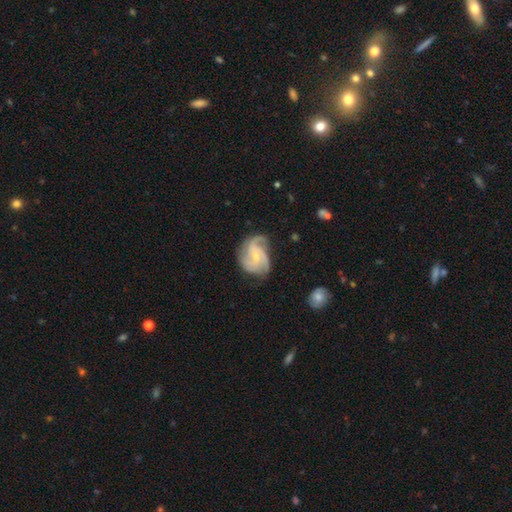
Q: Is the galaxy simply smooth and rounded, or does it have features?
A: featured or disk — 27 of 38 (71%).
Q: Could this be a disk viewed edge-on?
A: no — 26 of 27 (96%).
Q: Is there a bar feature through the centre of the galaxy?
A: no — 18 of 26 (69%).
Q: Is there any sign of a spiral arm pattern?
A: yes — 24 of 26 (92%).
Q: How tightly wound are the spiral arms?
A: medium — 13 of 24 (54%).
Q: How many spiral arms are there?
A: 3 — 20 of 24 (83%).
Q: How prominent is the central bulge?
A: small — 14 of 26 (54%).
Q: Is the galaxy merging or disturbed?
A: none — 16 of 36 (44%).